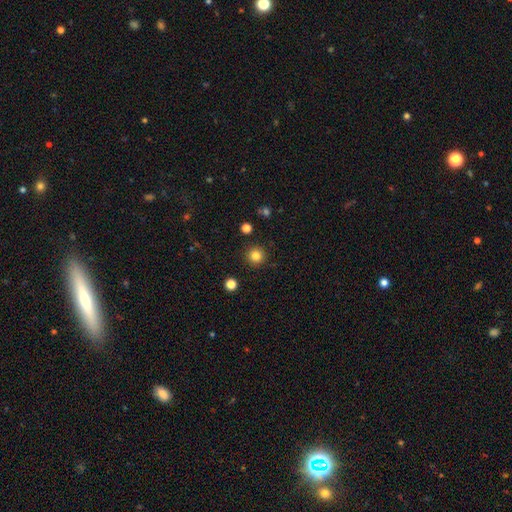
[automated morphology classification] Smooth or featured? Predicted: smooth (p=0.83). How rounded? Predicted: round (p=0.96). Merging? Predicted: none (p=0.92).